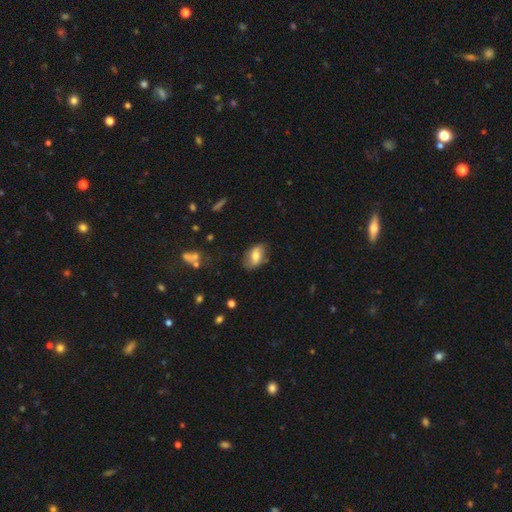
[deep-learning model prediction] smooth 63%, featured or disk 29%, star or artifact 8%. Down the decision tree: how rounded — in between (88%); merging — none (73%).